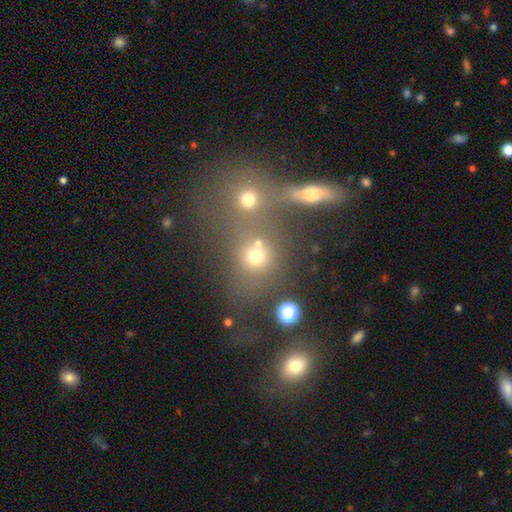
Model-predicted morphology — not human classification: The model was most divided on "merging": none: 49%, merger: 36%, minor disturbance: 9%, major disturbance: 7%. More confident: how rounded — round (78%); smooth or featured — smooth (70%).